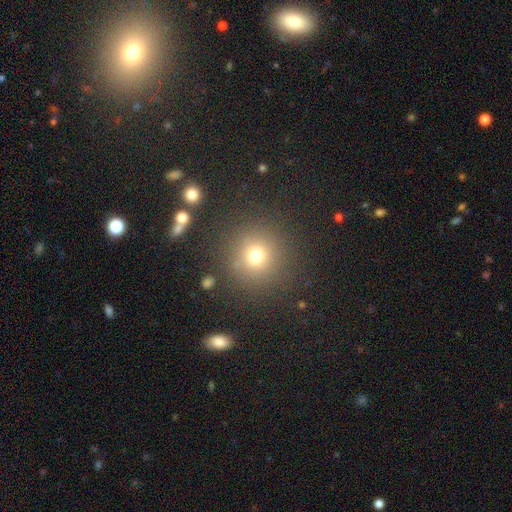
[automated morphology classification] smooth 73%, star or artifact 18%, featured or disk 9%. Down the decision tree: how rounded — round (93%); merging — none (85%).